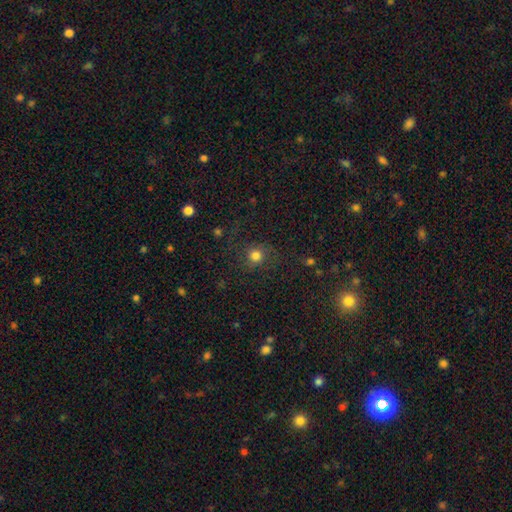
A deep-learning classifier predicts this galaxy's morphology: smooth_or_featured: smooth (p=0.69) [alt: star or artifact p=0.16]
how_rounded: round (p=0.88) [alt: in between p=0.11]
merging: none (p=0.72) [alt: minor disturbance p=0.14]